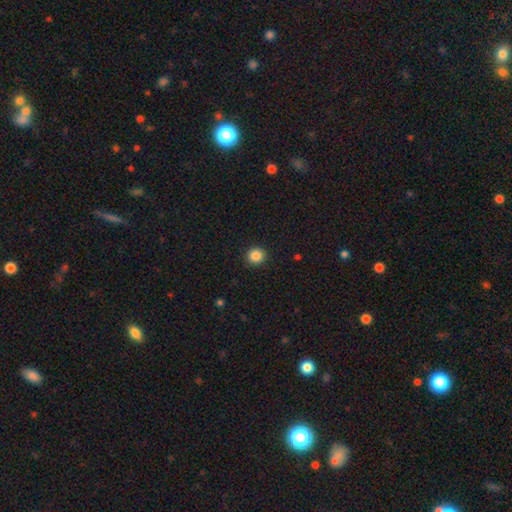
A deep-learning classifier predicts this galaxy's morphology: Smooth or featured?
  - smooth: 86% *
  - star or artifact: 10%
  - featured or disk: 4%
How rounded?
  - round: 90% *
  - in between: 9%
  - cigar-shaped: 1%
Merging?
  - none: 92% *
  - minor disturbance: 5%
  - major disturbance: 2%
  - merger: 1%